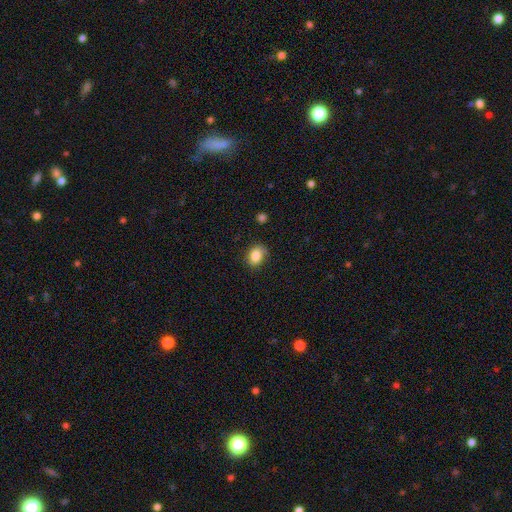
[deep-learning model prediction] smooth-or-featured: smooth: 85% | star or artifact: 9% | featured or disk: 6%
  how-rounded: in between: 56% | round: 43% | cigar-shaped: 1%
  merging: none: 78% | minor disturbance: 17% | major disturbance: 4% | merger: 1%